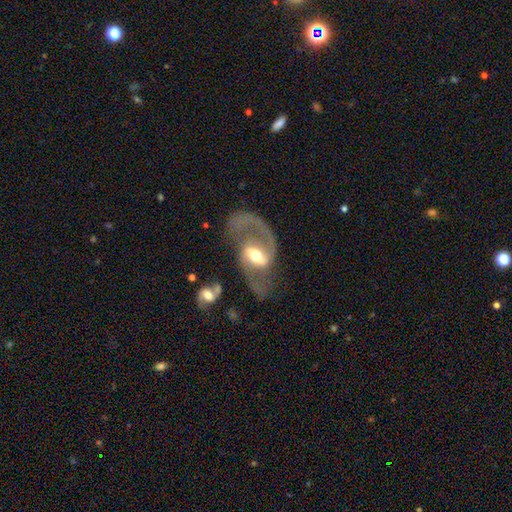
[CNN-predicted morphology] Smooth or featured? featured or disk (87%)
Edge-on disk? no (96%)
Bar? strong (45%)
Spiral arms? yes (93%)
Spiral winding? loose (46%)
Spiral arm count? 2 (88%)
Bulge size? moderate (67%)
Merging? none (60%)